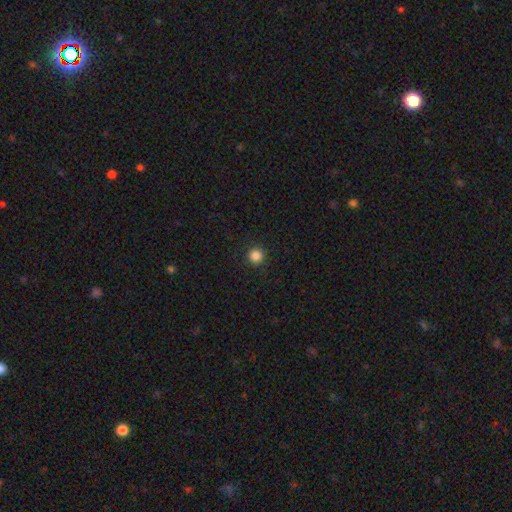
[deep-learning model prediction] The model was most divided on "smooth or featured": smooth: 85%, star or artifact: 12%, featured or disk: 3%. More confident: how rounded — round (96%); merging — none (93%).